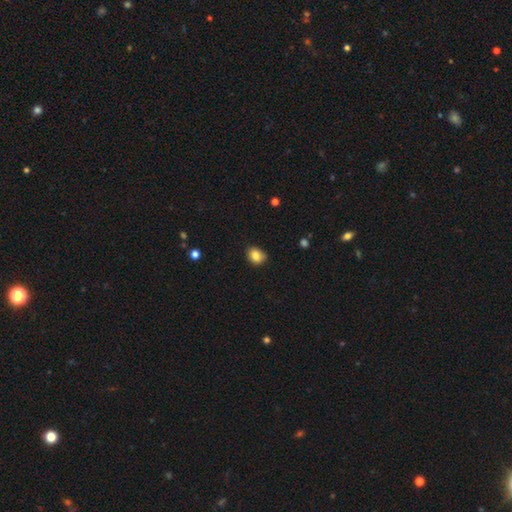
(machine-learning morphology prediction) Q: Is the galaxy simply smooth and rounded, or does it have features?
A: smooth — 84%.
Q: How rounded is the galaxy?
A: round — 53%.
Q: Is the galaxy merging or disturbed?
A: none — 80%.